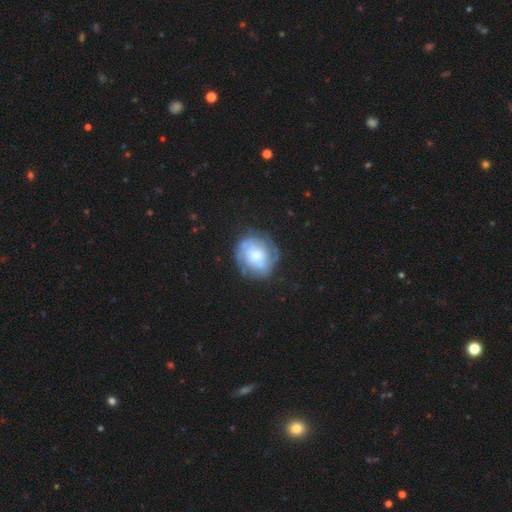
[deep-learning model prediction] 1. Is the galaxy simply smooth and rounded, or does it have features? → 65% featured or disk, 28% smooth, 7% star or artifact.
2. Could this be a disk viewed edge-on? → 97% no, 3% yes.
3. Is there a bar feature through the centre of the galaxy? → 63% no, 30% weak, 8% strong.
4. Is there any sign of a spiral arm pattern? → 80% yes, 20% no.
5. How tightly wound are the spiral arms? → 57% tight, 31% medium, 12% loose.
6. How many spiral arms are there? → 40% 2, 37% can't tell, 10% 3, 6% 1, 4% 4, 3% more than 4.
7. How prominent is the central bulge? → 45% moderate, 29% large, 18% small, 5% none, 3% dominant.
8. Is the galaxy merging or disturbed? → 69% none, 20% minor disturbance, 9% major disturbance, 2% merger.